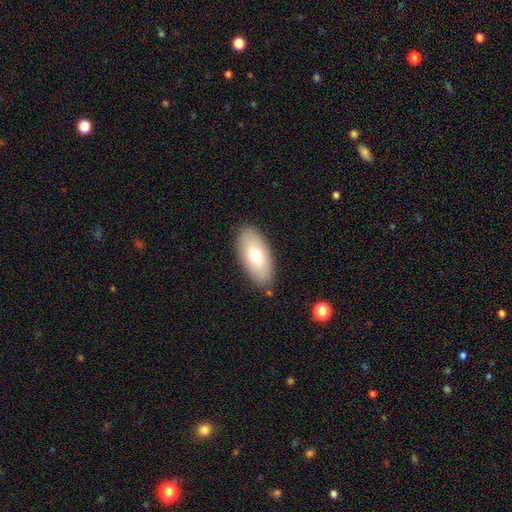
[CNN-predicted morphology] A smooth galaxy with no disk features (71%) that is in between round and cigar-shaped (91%).

Vote fractions:
- Smooth or featured? smooth: 71% / featured or disk: 22% / star or artifact: 7%
- How rounded? in between: 91% / cigar-shaped: 6% / round: 2%
- Merging? none: 85% / minor disturbance: 10% / major disturbance: 3% / merger: 2%